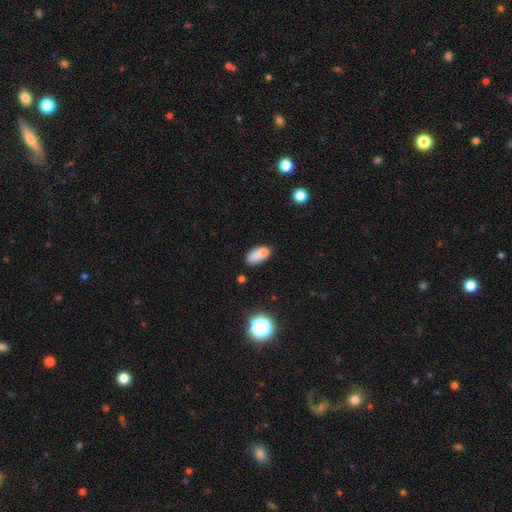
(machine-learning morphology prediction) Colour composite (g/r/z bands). It shows a smooth galaxy with no disk features (73%) that is in between round and cigar-shaped (85%). Merging: none (47%).